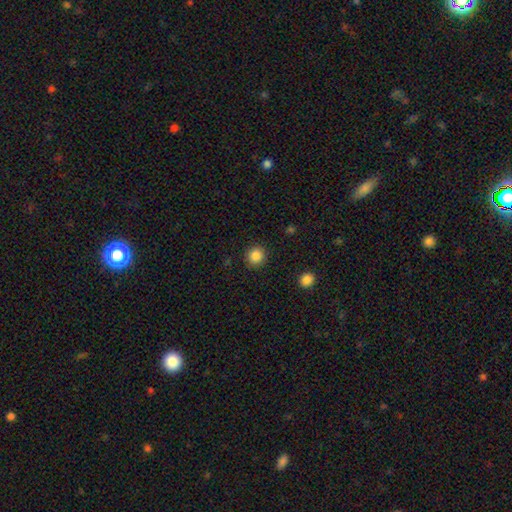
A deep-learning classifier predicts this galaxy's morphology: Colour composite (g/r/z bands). It shows a smooth galaxy with no disk features (86%) that is round (92%). Merging: none (91%).